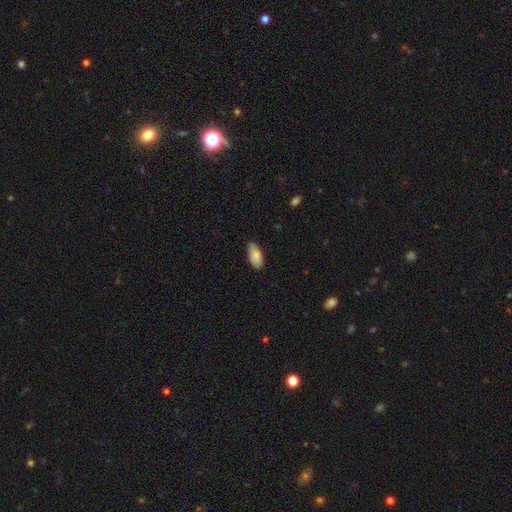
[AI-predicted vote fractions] smooth_or_featured: smooth (p=0.86) [alt: featured or disk p=0.07]
how_rounded: in between (p=0.89) [alt: cigar-shaped p=0.09]
merging: none (p=0.78) [alt: minor disturbance p=0.19]